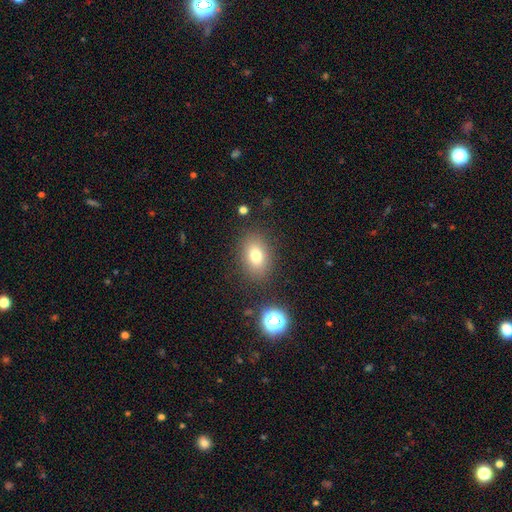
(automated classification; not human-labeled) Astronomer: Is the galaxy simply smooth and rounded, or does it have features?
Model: smooth — 76%.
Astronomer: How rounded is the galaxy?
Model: in between — 77%.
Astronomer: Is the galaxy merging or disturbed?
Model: none — 84%.